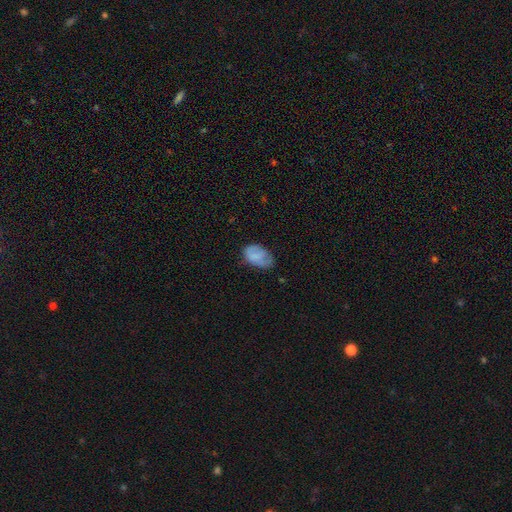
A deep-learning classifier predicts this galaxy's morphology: Q: Smooth or featured?
A: smooth (75%); runner-up: featured or disk (17%)
Q: How rounded?
A: in between (90%); runner-up: round (9%)
Q: Merging?
A: none (52%); runner-up: minor disturbance (35%)